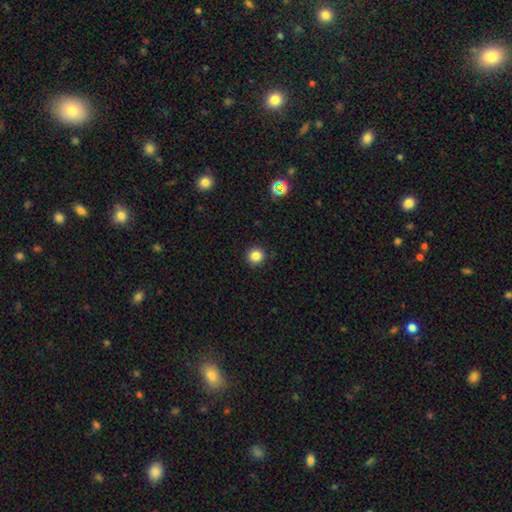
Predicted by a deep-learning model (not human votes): The model was most divided on "smooth or featured": smooth: 84%, star or artifact: 12%, featured or disk: 4%. More confident: how rounded — round (93%); merging — none (92%).